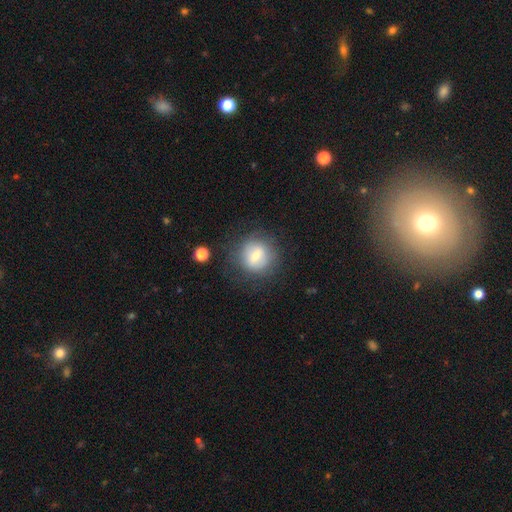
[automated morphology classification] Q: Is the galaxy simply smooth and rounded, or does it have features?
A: smooth — 65%.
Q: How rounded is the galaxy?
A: round — 90%.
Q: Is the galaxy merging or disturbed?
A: none — 78%.